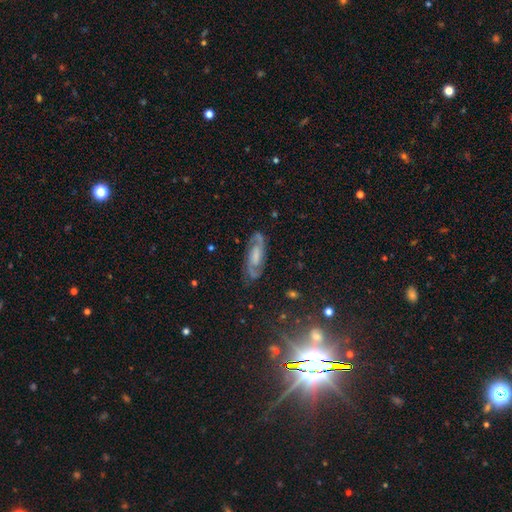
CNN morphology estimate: The model was most divided on "bulge size": moderate: 30%, none: 28%, small: 23%, large: 17%, dominant: 2%. Remaining: spiral arms — yes (96%); edge-on disk — no (92%); spiral arm count — 2 (90%); smooth or featured — featured or disk (81%); merging — none (80%); spiral winding — medium (55%); bar — weak (45%).